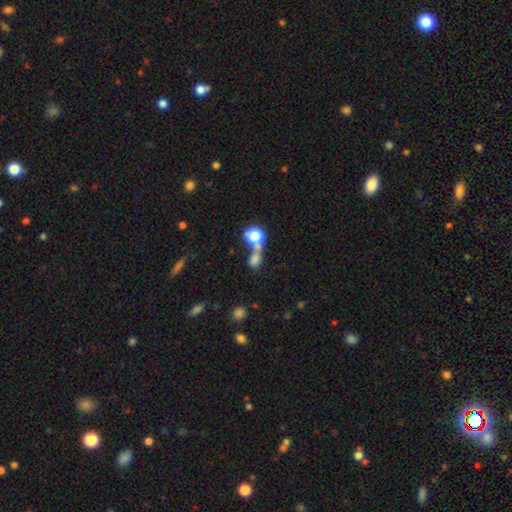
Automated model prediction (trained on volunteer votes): A smooth galaxy with no disk features (68%) that is round (56%).

Vote fractions:
- Smooth or featured? smooth: 68% / star or artifact: 18% / featured or disk: 14%
- How rounded? round: 56% / in between: 39% / cigar-shaped: 5%
- Merging? merger: 54% / none: 28% / major disturbance: 10% / minor disturbance: 8%